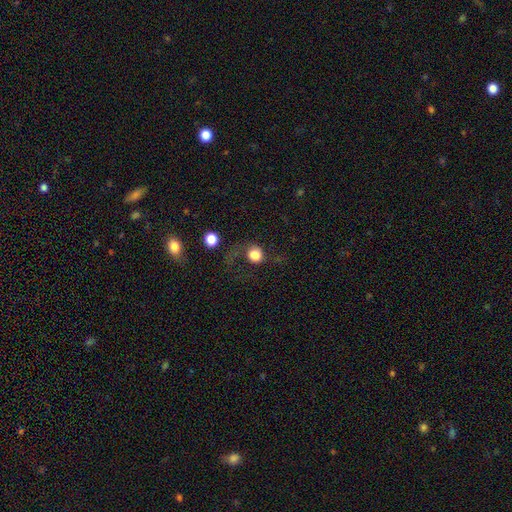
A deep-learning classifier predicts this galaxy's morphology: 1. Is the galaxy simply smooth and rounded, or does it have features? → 75% smooth, 15% featured or disk, 11% star or artifact.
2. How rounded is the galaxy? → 82% round, 17% in between, 1% cigar-shaped.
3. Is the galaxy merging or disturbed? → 42% none, 36% major disturbance, 17% minor disturbance, 5% merger.